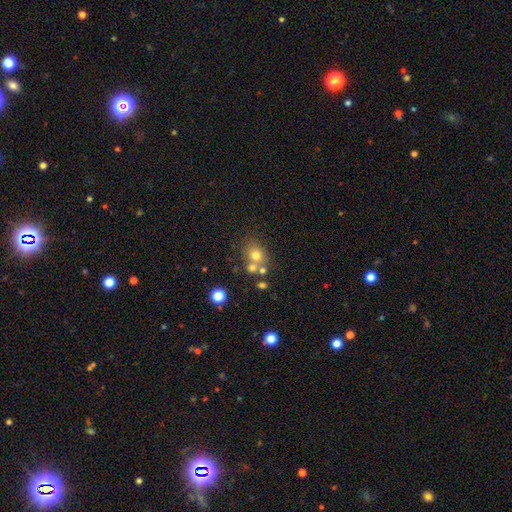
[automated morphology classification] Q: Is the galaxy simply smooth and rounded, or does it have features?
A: smooth — 69%.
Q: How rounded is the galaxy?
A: round — 70%.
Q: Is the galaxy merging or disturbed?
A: none — 53%.